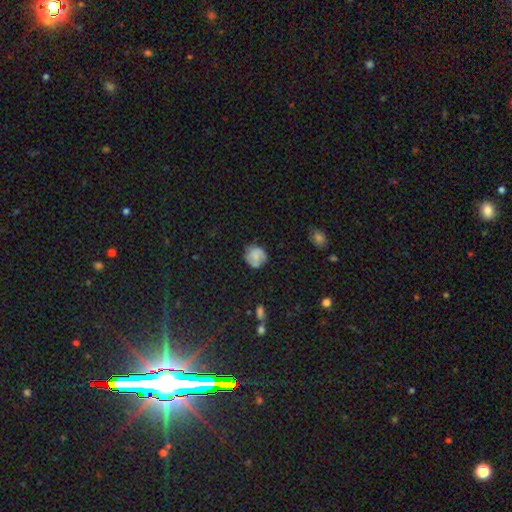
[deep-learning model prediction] Overall: smooth (63%; featured or disk 27%). How rounded: round (82%). Merging: none (71%).